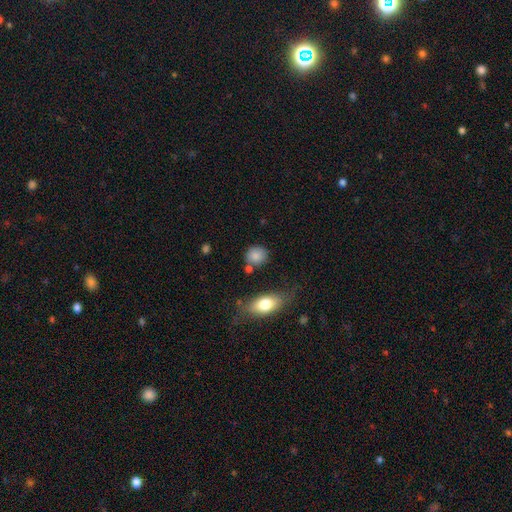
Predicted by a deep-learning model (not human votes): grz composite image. It shows a smooth galaxy with no disk features (85%) that is round (78%). Merging: none (72%).